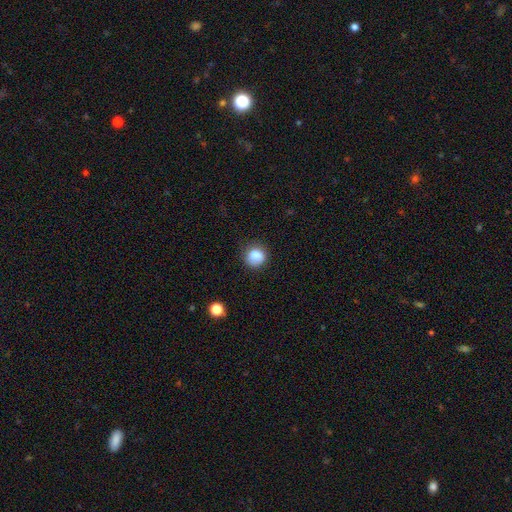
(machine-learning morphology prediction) The model was most divided on "merging": none: 76%, minor disturbance: 17%, major disturbance: 5%, merger: 2%. More confident: smooth or featured — smooth (85%); how rounded — round (84%).